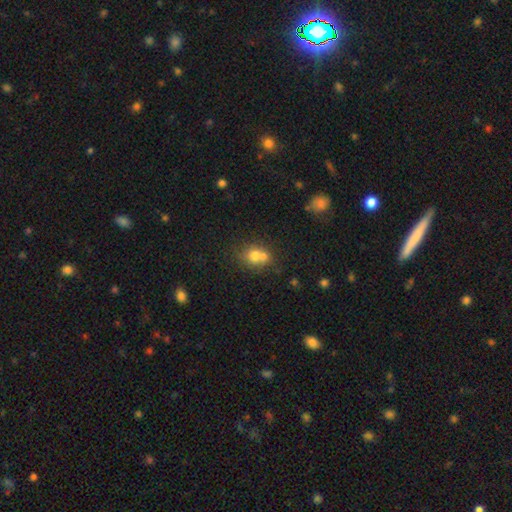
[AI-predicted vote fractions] Smooth or featured: smooth — 72% (featured or disk — 16%)
How rounded: round — 69% (in between — 30%)
Merging: merger — 51% (none — 36%)